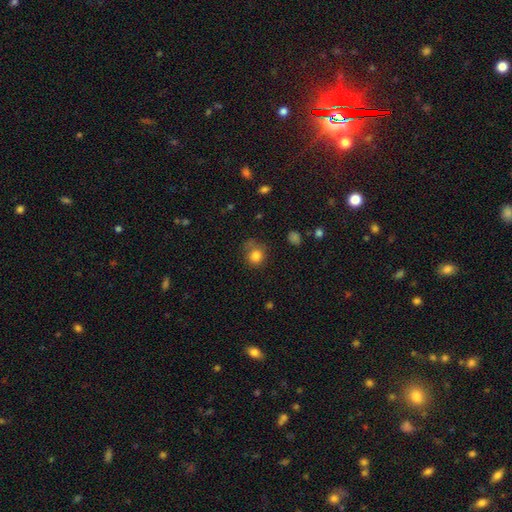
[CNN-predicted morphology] Overall: smooth (82%). How rounded: round (81%). Merging: none (61%; minor disturbance 25%).